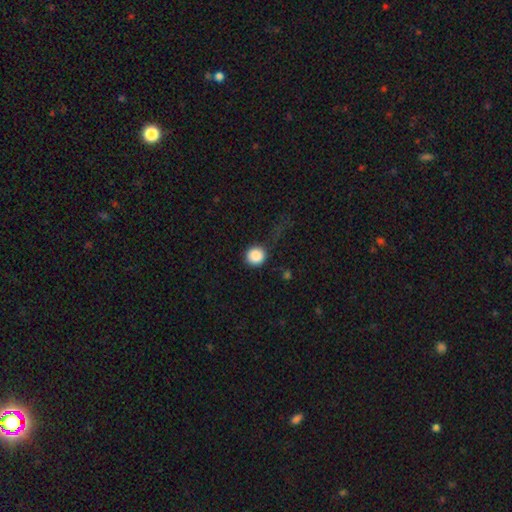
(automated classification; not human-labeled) Morphology: type=smooth (88%); roundness=round (92%); merging=none (77%).